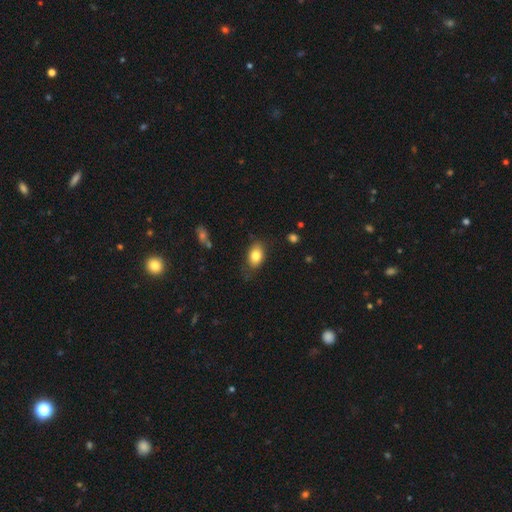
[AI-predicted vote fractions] Smooth or featured: smooth — 82% (featured or disk — 10%)
How rounded: in between — 86% (round — 12%)
Merging: none — 76% (minor disturbance — 18%)